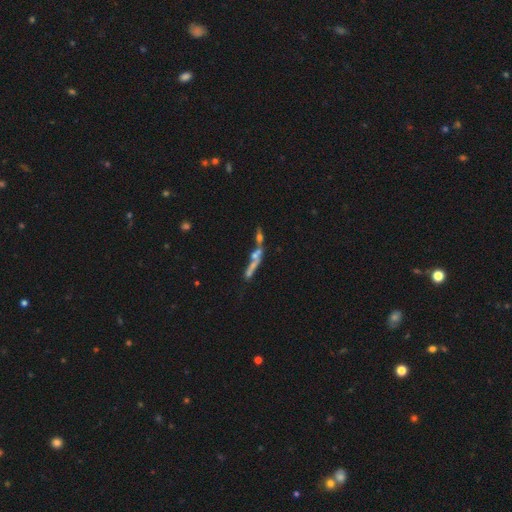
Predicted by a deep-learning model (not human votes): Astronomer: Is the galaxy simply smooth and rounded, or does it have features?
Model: featured or disk — 53% (runner-up: smooth, 29%).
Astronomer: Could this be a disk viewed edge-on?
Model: yes — 51% (runner-up: no, 49%).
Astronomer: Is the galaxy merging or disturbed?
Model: merger — 42% (runner-up: none, 35%).